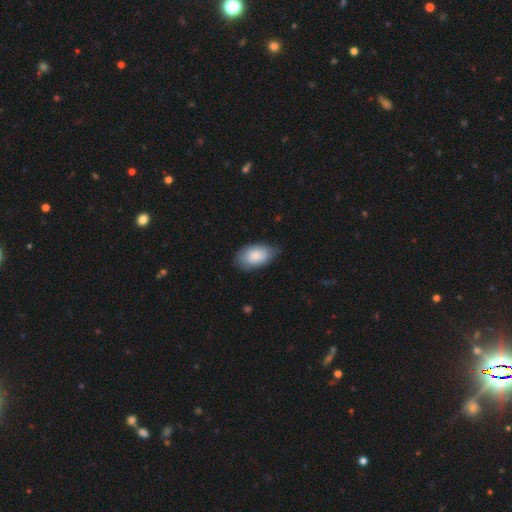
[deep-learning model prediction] Overall: smooth (83%). How rounded: in between (94%). Merging: none (73%).